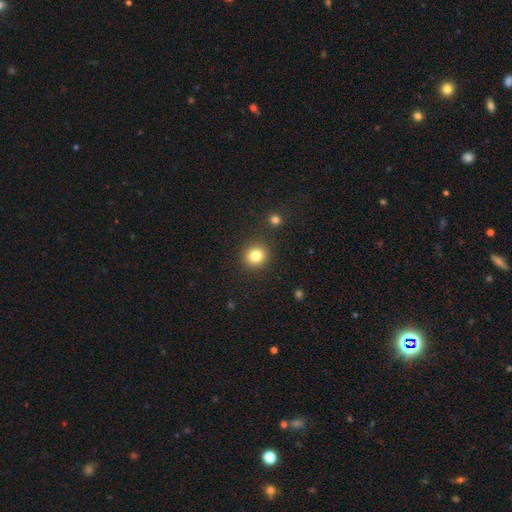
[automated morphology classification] Q: Smooth or featured?
A: smooth (82%); runner-up: star or artifact (12%)
Q: How rounded?
A: round (85%); runner-up: in between (15%)
Q: Merging?
A: none (89%); runner-up: minor disturbance (6%)